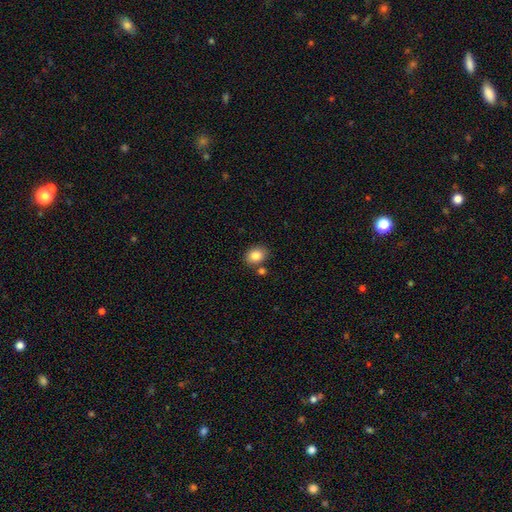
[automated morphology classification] smooth-or-featured: smooth: 85% | star or artifact: 9% | featured or disk: 6%
  how-rounded: in between: 59% | round: 41% | cigar-shaped: 1%
  merging: none: 76% | minor disturbance: 11% | merger: 11% | major disturbance: 3%